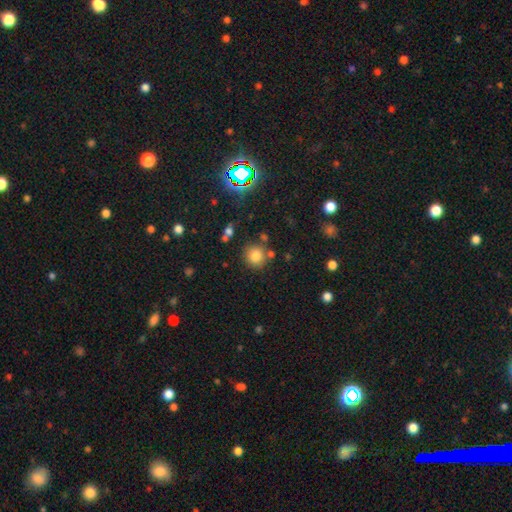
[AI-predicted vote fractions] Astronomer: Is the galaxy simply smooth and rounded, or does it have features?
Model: smooth — 80%.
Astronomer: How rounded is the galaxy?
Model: round — 91%.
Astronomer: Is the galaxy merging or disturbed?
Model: none — 78%.